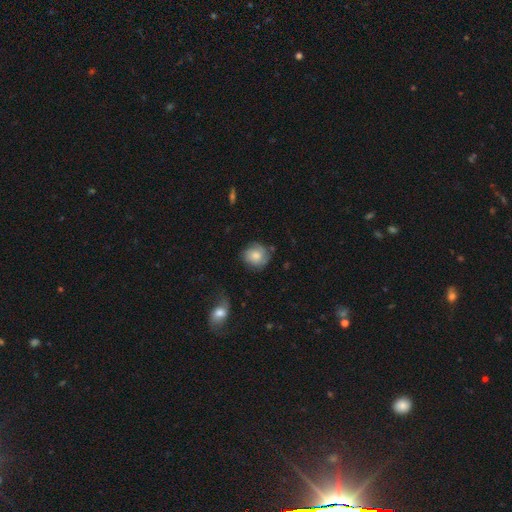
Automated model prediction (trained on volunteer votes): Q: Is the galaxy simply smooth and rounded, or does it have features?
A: smooth — 58%.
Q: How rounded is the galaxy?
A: round — 81%.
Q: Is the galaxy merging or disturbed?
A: none — 69%.